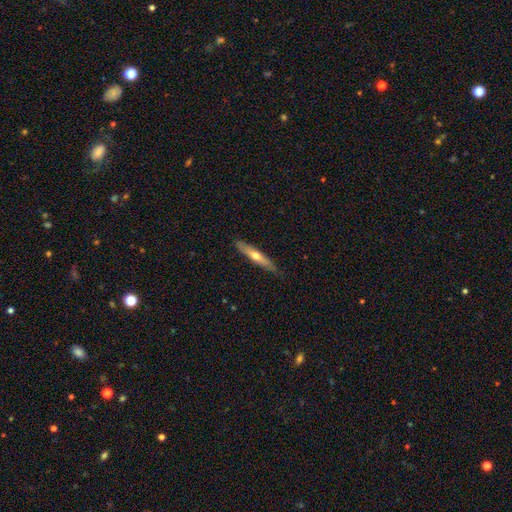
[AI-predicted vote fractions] smooth 47% (tied), featured or disk 47% (tied), star or artifact 6%. Down the decision tree: merging — none (85%).